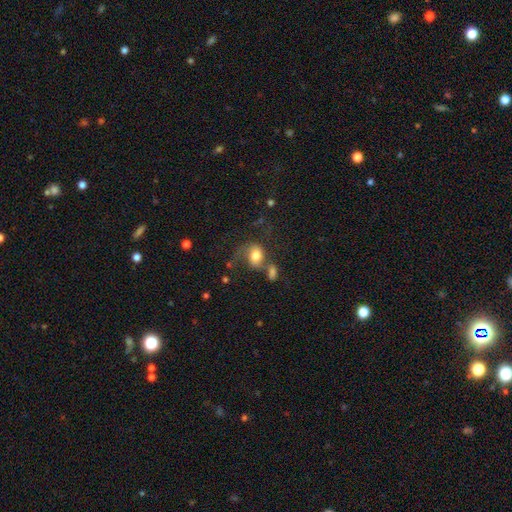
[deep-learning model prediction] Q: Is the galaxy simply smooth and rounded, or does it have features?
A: smooth — 63%.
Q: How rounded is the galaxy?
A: in between — 57%.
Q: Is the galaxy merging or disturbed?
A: merger — 31%.